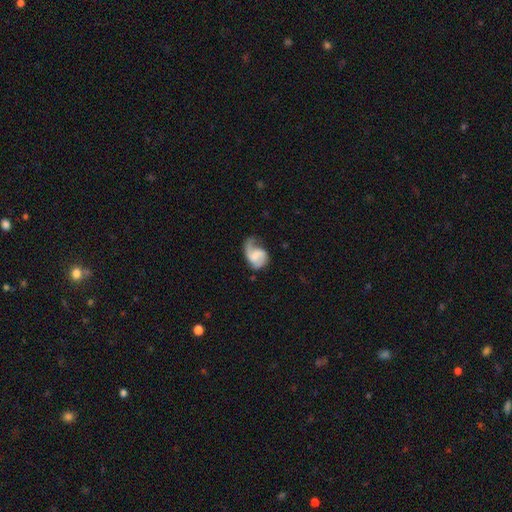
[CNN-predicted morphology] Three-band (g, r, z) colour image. It shows a featured or disk galaxy (69%) with a weak bar (47%), 2 (56%) loose (44%) spiral arms (91%) and no central bulge (37%). Merging: none (37%).